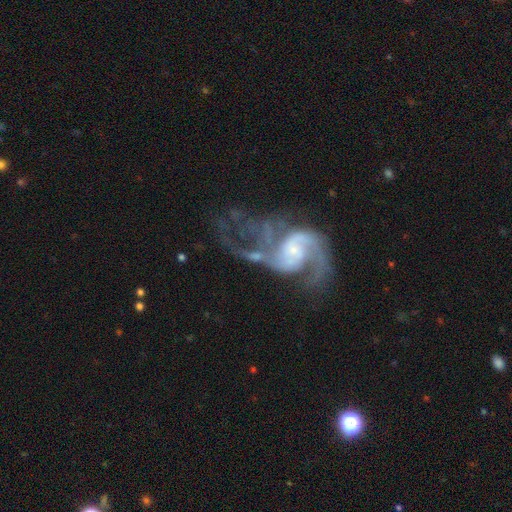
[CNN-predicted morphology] This is clearly a featured or disk galaxy (89%). It is clearly not viewed edge-on (98%). Bar: possibly no (54%). Spiral arm pattern: clearly yes (97%). Spiral arm count: likely 2 (71%). Spiral winding: possibly medium (50%). Central bulge: likely small (64%). Merging: marginally none (37%).